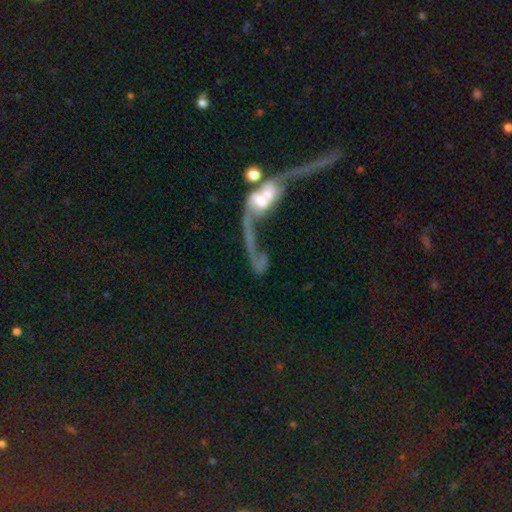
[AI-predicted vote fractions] Q: Smooth or featured?
A: featured or disk (64%); runner-up: smooth (20%)
Q: Edge-on disk?
A: no (82%); runner-up: yes (18%)
Q: Bar?
A: no (69%); runner-up: weak (21%)
Q: Spiral arms?
A: yes (55%); runner-up: no (45%)
Q: Bulge size?
A: moderate (40%); runner-up: small (32%)
Q: Merging?
A: merger (57%); runner-up: major disturbance (26%)